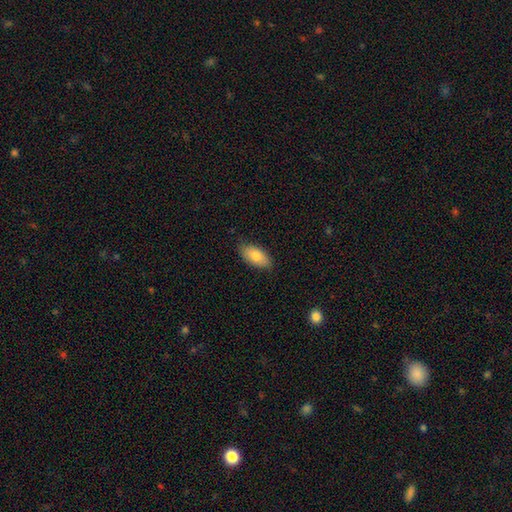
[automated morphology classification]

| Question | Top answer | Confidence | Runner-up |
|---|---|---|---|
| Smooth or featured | smooth | 80% | featured or disk (13%) |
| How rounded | in between | 92% | cigar-shaped (6%) |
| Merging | none | 82% | minor disturbance (15%) |